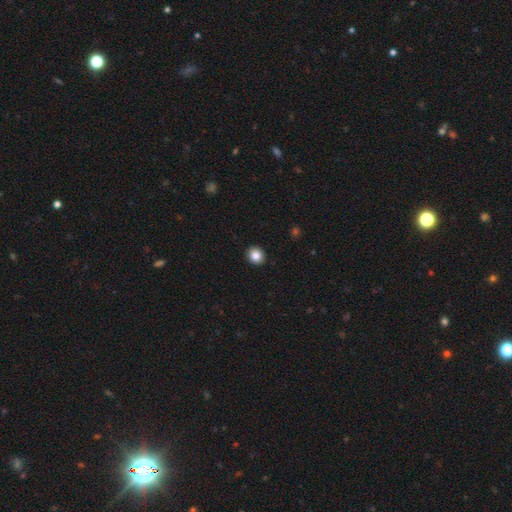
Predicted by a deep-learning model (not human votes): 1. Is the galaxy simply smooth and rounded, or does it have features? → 85% smooth, 10% star or artifact, 5% featured or disk.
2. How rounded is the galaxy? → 82% round, 18% in between, 1% cigar-shaped.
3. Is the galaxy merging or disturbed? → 93% none, 5% minor disturbance, 1% major disturbance, 1% merger.